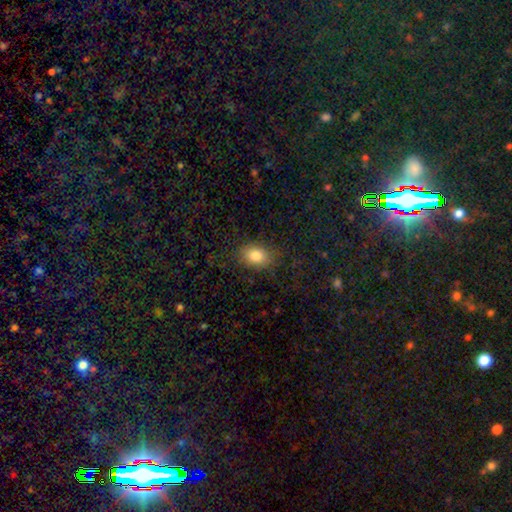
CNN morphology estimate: Smooth or featured?
  - smooth: 83% *
  - star or artifact: 9%
  - featured or disk: 8%
How rounded?
  - in between: 75% *
  - round: 24%
  - cigar-shaped: 1%
Merging?
  - none: 81% *
  - minor disturbance: 13%
  - major disturbance: 4%
  - merger: 1%